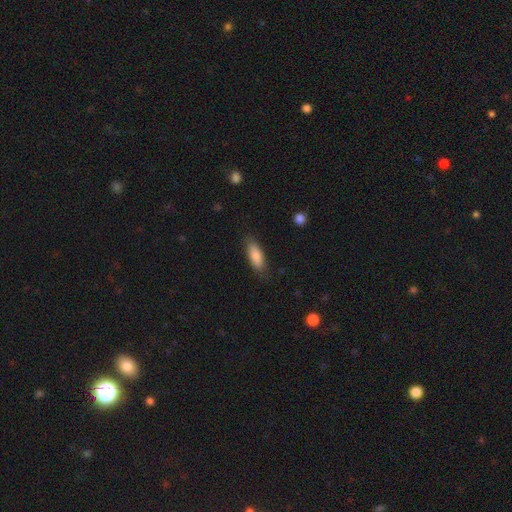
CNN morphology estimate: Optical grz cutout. It shows a smooth galaxy with no disk features (84%) that is in between round and cigar-shaped (66%). Merging: none (82%).